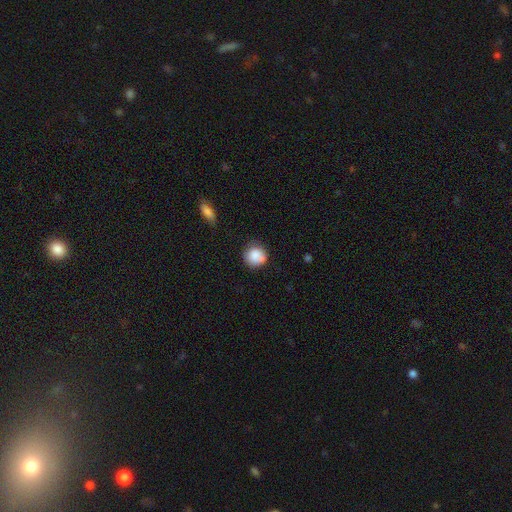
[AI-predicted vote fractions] Smooth or featured?
  - smooth: 85% *
  - star or artifact: 8%
  - featured or disk: 7%
How rounded?
  - round: 90% *
  - in between: 9%
  - cigar-shaped: 1%
Merging?
  - none: 67% *
  - minor disturbance: 23%
  - major disturbance: 5%
  - merger: 5%